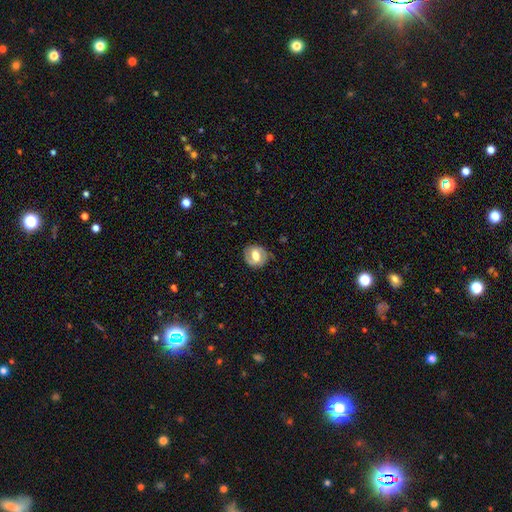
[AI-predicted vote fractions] Morphology: type=featured or disk (51%); edge-on=no (95%); merging=none (78%).